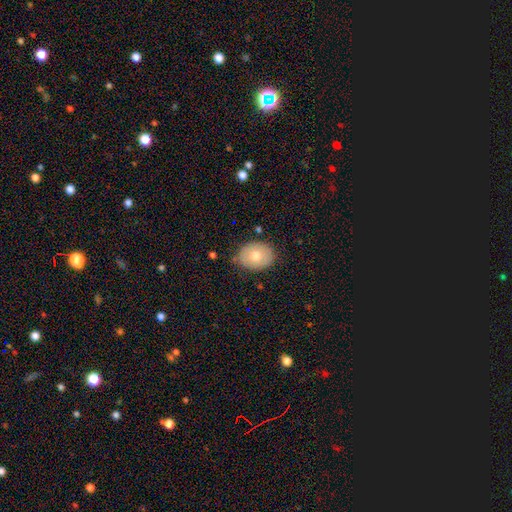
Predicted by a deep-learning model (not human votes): smooth_or_featured: smooth (p=0.70) [alt: featured or disk p=0.22]
how_rounded: in between (p=0.63) [alt: round p=0.36]
merging: none (p=0.80) [alt: minor disturbance p=0.15]